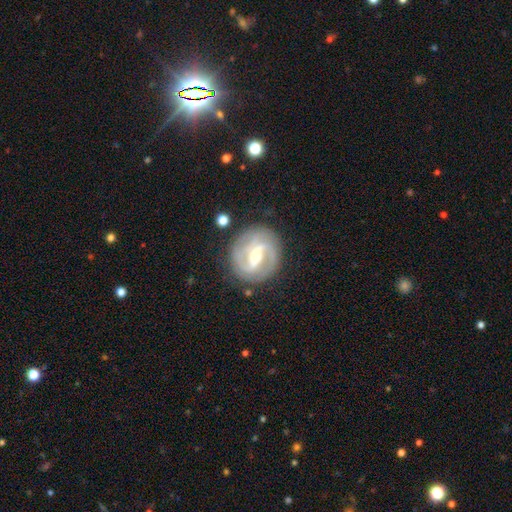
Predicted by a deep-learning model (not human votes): Overall: featured or disk (86%). Edge-on disk: no (96%). Bar: strong (50%; weak 38%). Spiral arms: yes (94%). Spiral arm count: 2 (62%). Spiral winding: tight (51%; medium 39%). Bulge size: moderate (51%; small 45%). Merging: none (82%).